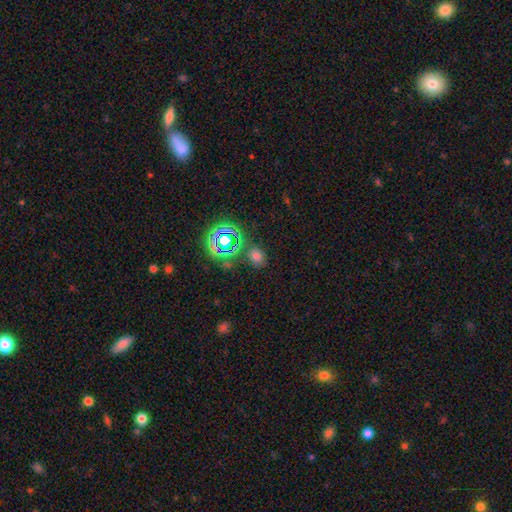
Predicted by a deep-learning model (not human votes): Smooth or featured?
  - smooth: 59% *
  - star or artifact: 35%
  - featured or disk: 6%
How rounded?
  - round: 58% *
  - in between: 40%
  - cigar-shaped: 1%
Merging?
  - none: 76% *
  - minor disturbance: 13%
  - merger: 7%
  - major disturbance: 5%